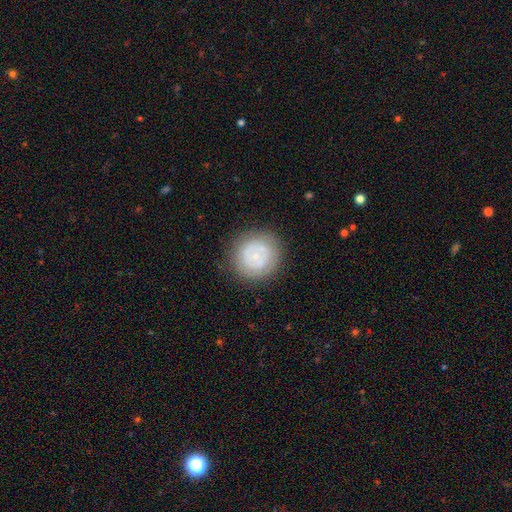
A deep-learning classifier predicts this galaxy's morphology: Smooth or featured: smooth — 55% (featured or disk — 37%)
How rounded: round — 93% (in between — 6%)
Merging: none — 81% (minor disturbance — 11%)